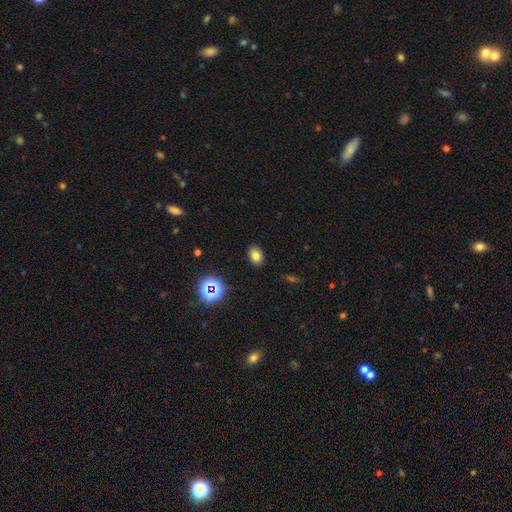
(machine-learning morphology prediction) smooth_or_featured: smooth (p=0.77) [alt: star or artifact p=0.15]
how_rounded: in between (p=0.72) [alt: round p=0.27]
merging: none (p=0.88) [alt: minor disturbance p=0.08]